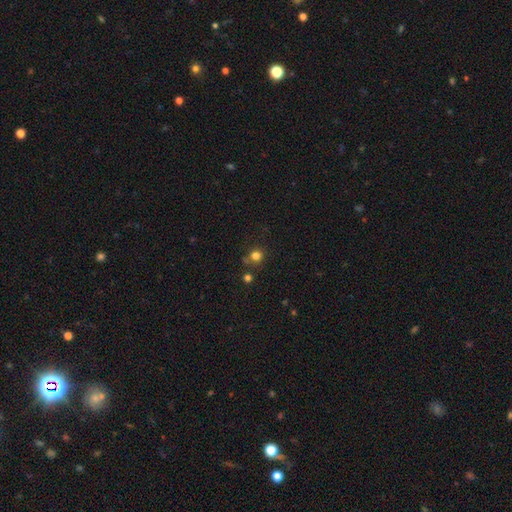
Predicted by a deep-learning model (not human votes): Q: Smooth or featured?
A: smooth (77%); runner-up: star or artifact (17%)
Q: How rounded?
A: round (89%); runner-up: in between (10%)
Q: Merging?
A: none (73%); runner-up: merger (13%)